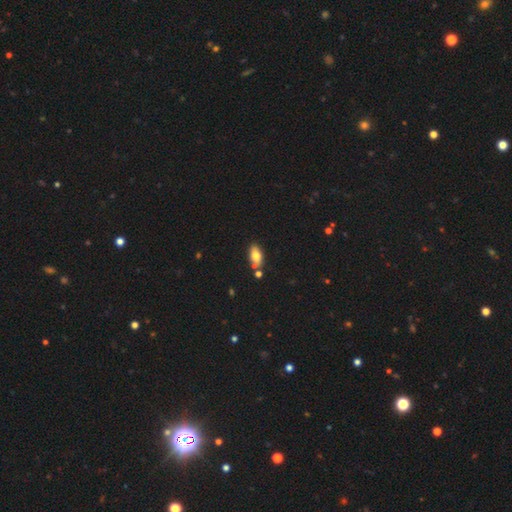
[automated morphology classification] type=smooth (74%); roundness=in between (90%); merging=none (71%).